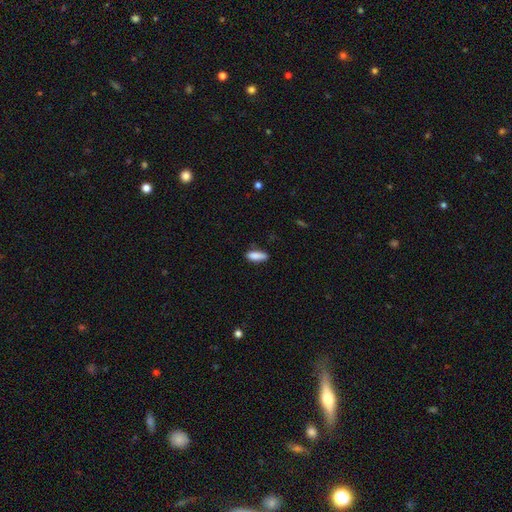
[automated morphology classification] Smooth or featured? Predicted: smooth (p=0.86). How rounded? Predicted: in between (p=0.63). Merging? Predicted: none (p=0.74).